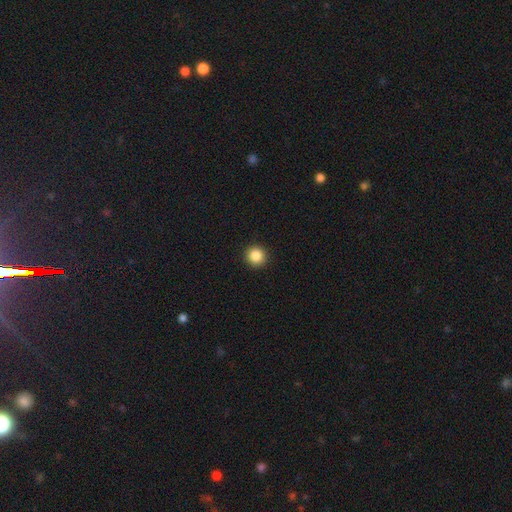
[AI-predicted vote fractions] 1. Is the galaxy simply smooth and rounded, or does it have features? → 86% smooth, 10% star or artifact, 4% featured or disk.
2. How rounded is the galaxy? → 95% round, 4% in between, 1% cigar-shaped.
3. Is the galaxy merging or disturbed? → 93% none, 4% minor disturbance, 2% major disturbance, 1% merger.